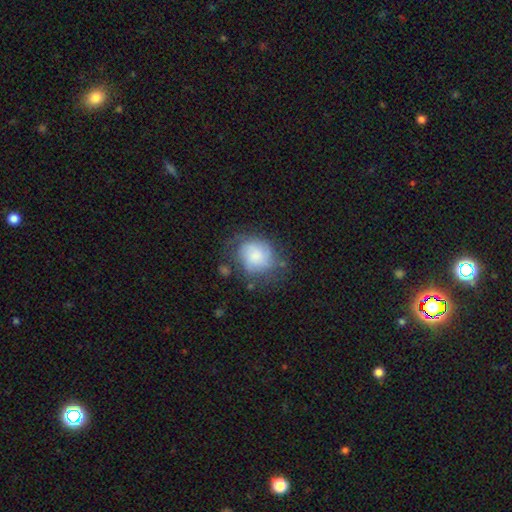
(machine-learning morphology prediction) Q: Smooth or featured?
A: smooth (60%); runner-up: featured or disk (32%)
Q: How rounded?
A: round (64%); runner-up: in between (35%)
Q: Merging?
A: none (49%); runner-up: minor disturbance (29%)